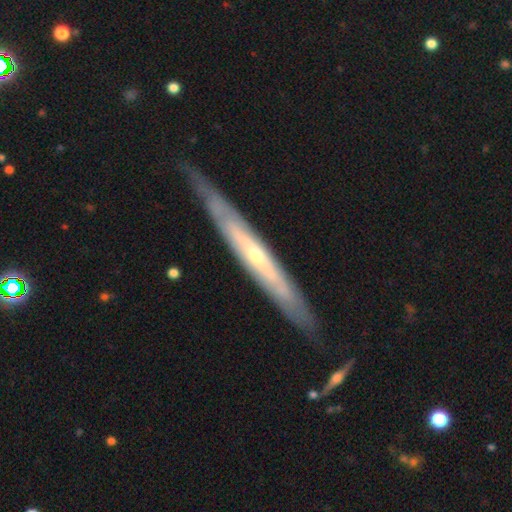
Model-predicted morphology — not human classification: featured or disk 76%, smooth 19%, star or artifact 5%. Down the decision tree: edge-on disk — yes (75%); edge-on bulge — rounded (59%); merging — none (80%).